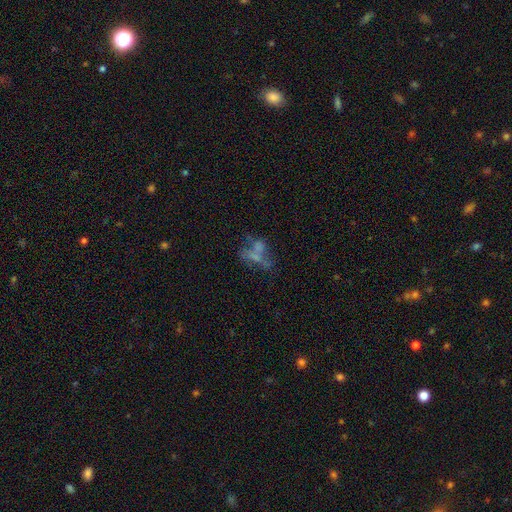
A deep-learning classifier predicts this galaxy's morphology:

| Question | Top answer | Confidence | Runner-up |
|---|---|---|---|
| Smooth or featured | featured or disk | 44% | smooth (36%) |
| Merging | none | 32% | merger (30%) |